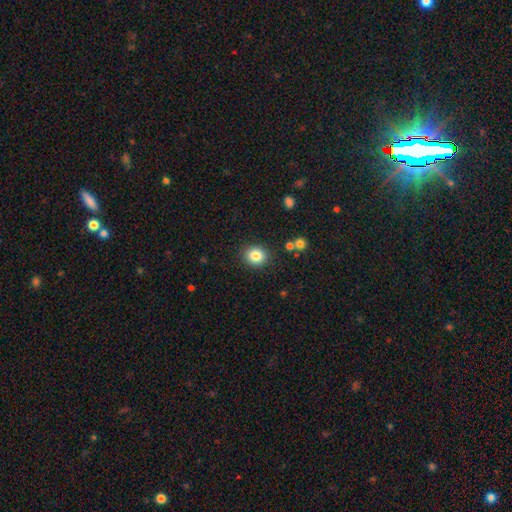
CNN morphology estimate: The model was most divided on "how rounded": round: 75%, in between: 24%, cigar-shaped: 1%. More confident: merging — none (87%); smooth or featured — smooth (84%).